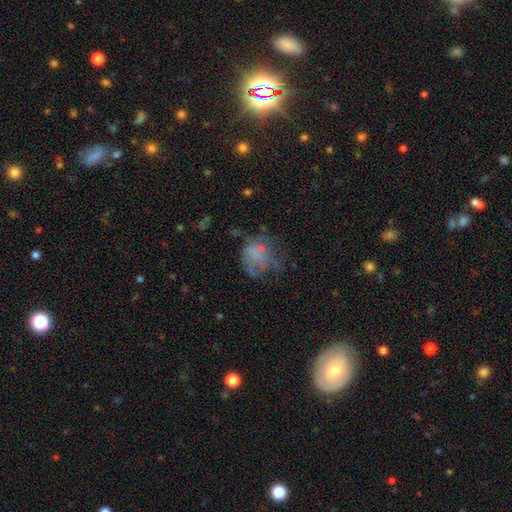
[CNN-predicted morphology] Overall: smooth (54%; featured or disk 31%). How rounded: round (59%; in between 40%). Merging: major disturbance (38%; none 34%).